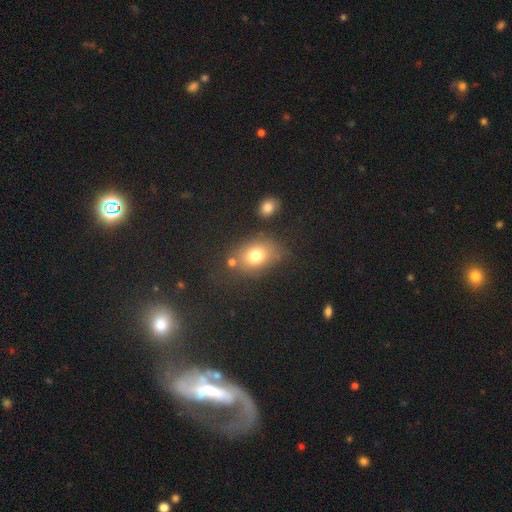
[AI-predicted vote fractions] Q: Smooth or featured?
A: smooth (75%); runner-up: star or artifact (13%)
Q: How rounded?
A: in between (64%); runner-up: round (35%)
Q: Merging?
A: none (68%); runner-up: minor disturbance (16%)